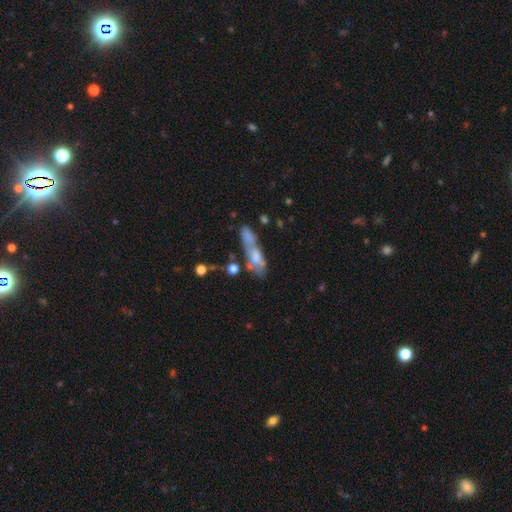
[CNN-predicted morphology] The model was most divided on "smooth or featured": featured or disk: 45%, smooth: 43%, star or artifact: 12%. Remaining: merging — none (35%).